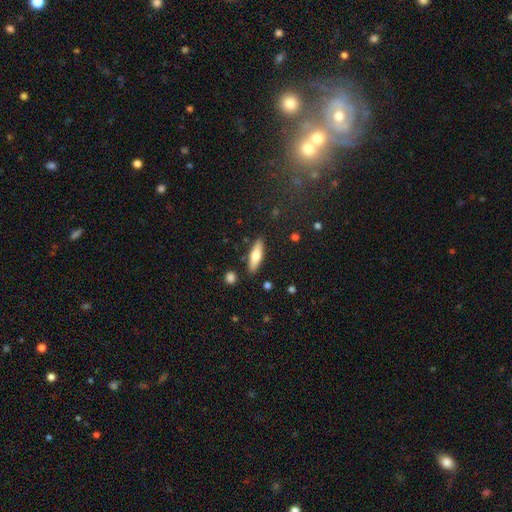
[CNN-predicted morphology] The model was most divided on "how rounded": cigar-shaped: 55%, in between: 42%, round: 2%. More confident: merging — none (86%); smooth or featured — smooth (64%).